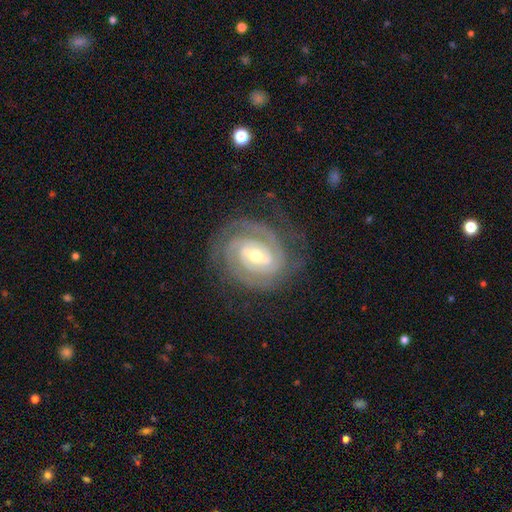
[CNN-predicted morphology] Smooth or featured? featured or disk (91%)
Edge-on disk? no (97%)
Bar? weak (43%)
Spiral arms? yes (98%)
Spiral winding? tight (78%)
Spiral arm count? 2 (55%)
Bulge size? moderate (58%)
Merging? none (78%)